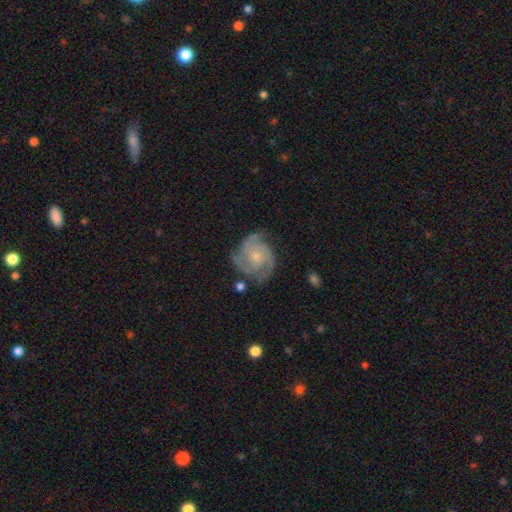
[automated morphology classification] This is clearly a featured or disk galaxy (86%). It is clearly not viewed edge-on (98%). Bar: likely no (75%). Spiral arm pattern: clearly yes (97%). Spiral arm count: possibly 3 (54%). Spiral winding: possibly tight (53%). Central bulge: likely small (62%). Merging: likely none (71%).